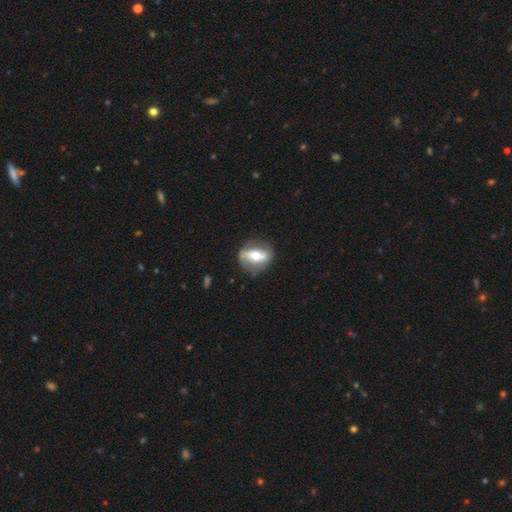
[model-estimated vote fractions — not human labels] A featured or disk galaxy (60%). Merging: none (76%).